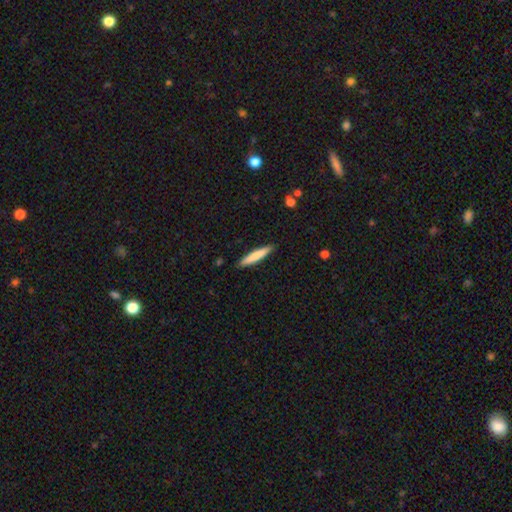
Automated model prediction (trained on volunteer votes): Morphology: type=smooth (77%); roundness=cigar-shaped (91%); merging=none (90%).